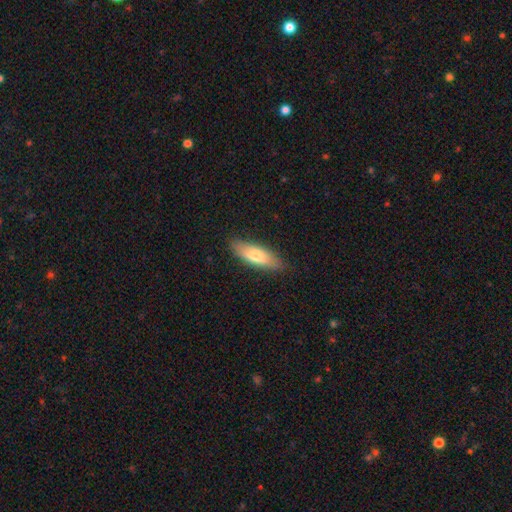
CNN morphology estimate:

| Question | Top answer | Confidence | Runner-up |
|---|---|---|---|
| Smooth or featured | smooth | 70% | featured or disk (24%) |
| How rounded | in between | 53% | cigar-shaped (45%) |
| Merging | none | 84% | minor disturbance (12%) |